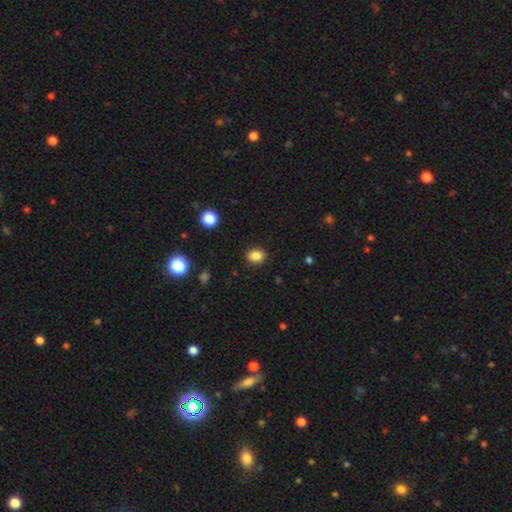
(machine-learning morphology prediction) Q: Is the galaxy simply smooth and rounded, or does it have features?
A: smooth — 86%.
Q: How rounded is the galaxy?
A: in between — 52%.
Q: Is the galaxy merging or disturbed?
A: none — 89%.